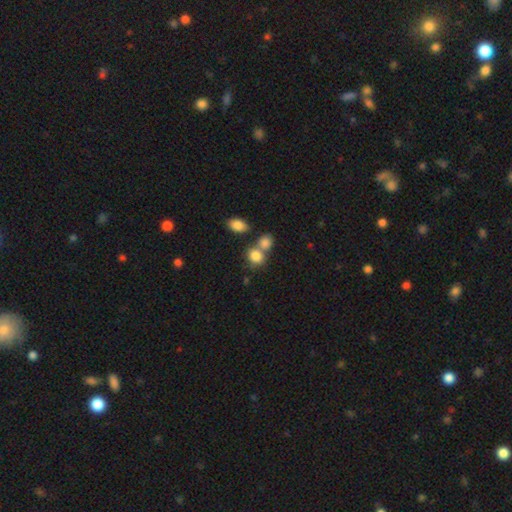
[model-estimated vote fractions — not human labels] Smooth or featured: smooth — 83% (star or artifact — 9%)
How rounded: round — 57% (in between — 42%)
Merging: merger — 45% (none — 42%)